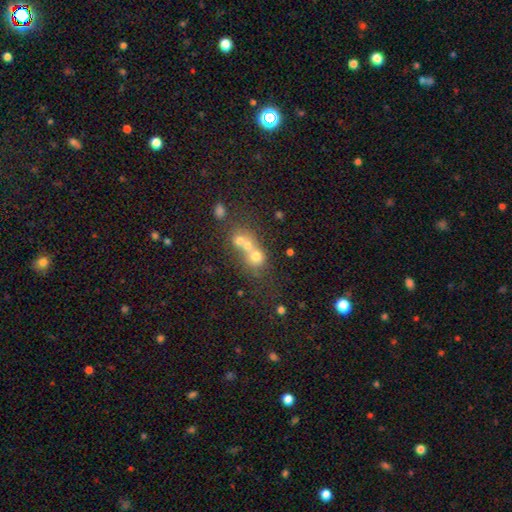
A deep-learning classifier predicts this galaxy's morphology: This appears to be a smooth galaxy with no disk features (61%) that is round (73%). Merging: merger (62%).